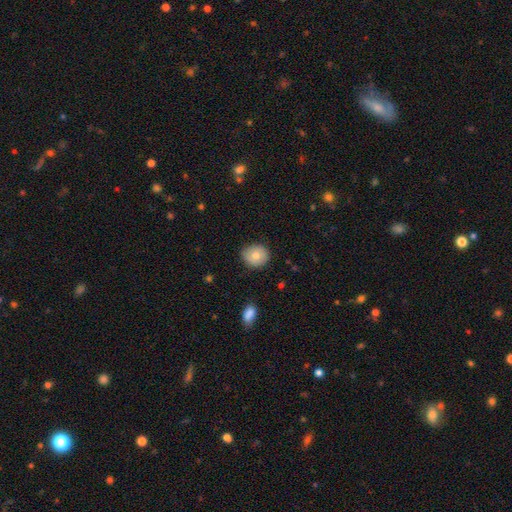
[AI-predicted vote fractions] The model was most divided on "how rounded": round: 78%, in between: 21%, cigar-shaped: 1%. More confident: merging — none (83%); smooth or featured — smooth (77%).